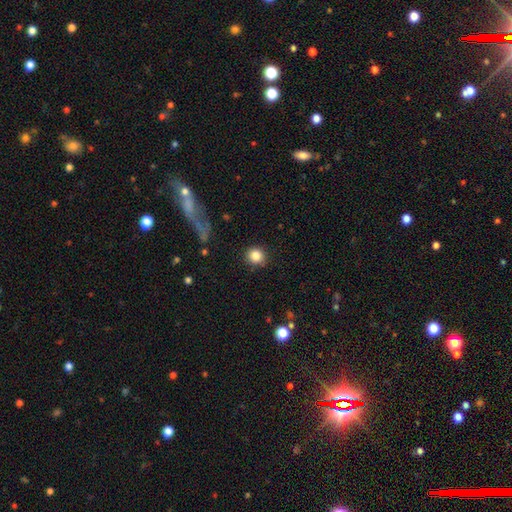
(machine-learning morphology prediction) Smooth or featured? Predicted: smooth (p=0.85). How rounded? Predicted: round (p=0.91). Merging? Predicted: none (p=0.89).